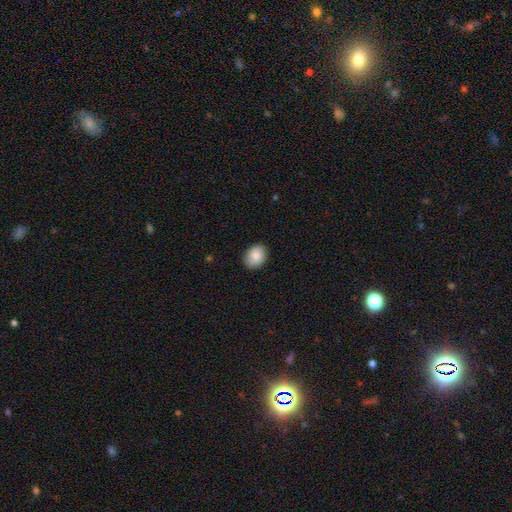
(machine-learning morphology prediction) Smooth or featured? smooth (85%)
How rounded? in between (63%)
Merging? none (87%)